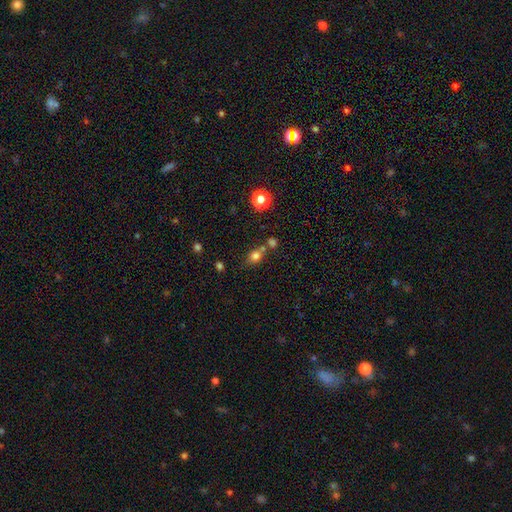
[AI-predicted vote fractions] smooth 76%, star or artifact 15%, featured or disk 9%. Down the decision tree: how rounded — round (51%); merging — none (57%).